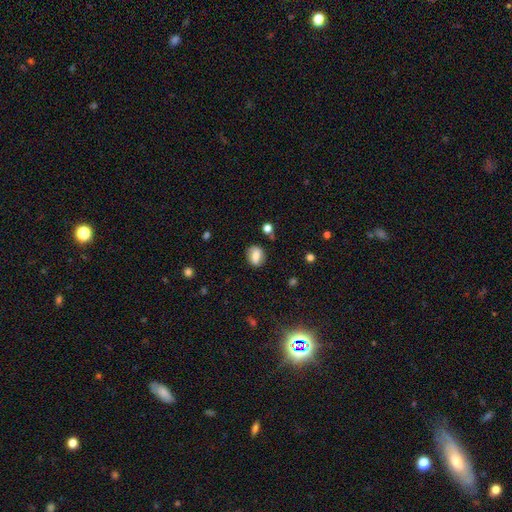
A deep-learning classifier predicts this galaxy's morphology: smooth-or-featured: smooth: 66% | featured or disk: 25% | star or artifact: 9%
  how-rounded: in between: 52% | round: 46% | cigar-shaped: 2%
  merging: none: 81% | minor disturbance: 13% | major disturbance: 4% | merger: 3%